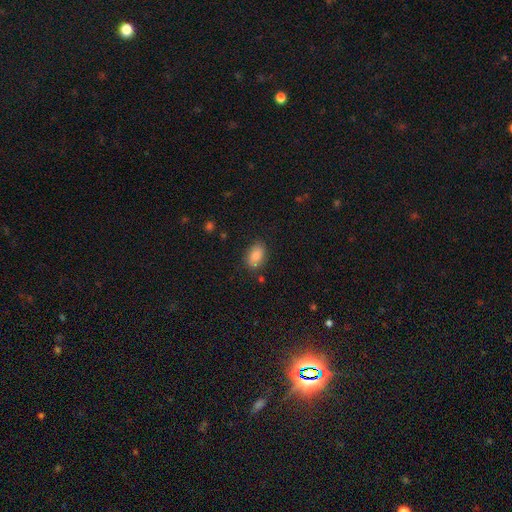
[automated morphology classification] Smooth or featured?
  - smooth: 83% *
  - featured or disk: 9%
  - star or artifact: 8%
How rounded?
  - in between: 86% *
  - round: 12%
  - cigar-shaped: 1%
Merging?
  - none: 79% *
  - minor disturbance: 14%
  - merger: 4%
  - major disturbance: 3%